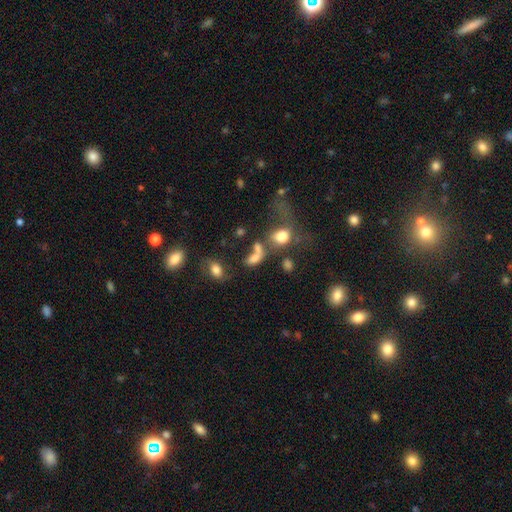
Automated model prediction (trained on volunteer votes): This appears to be a smooth galaxy with no disk features (66%) that is in between round and cigar-shaped (72%). Merging: merger (49%).